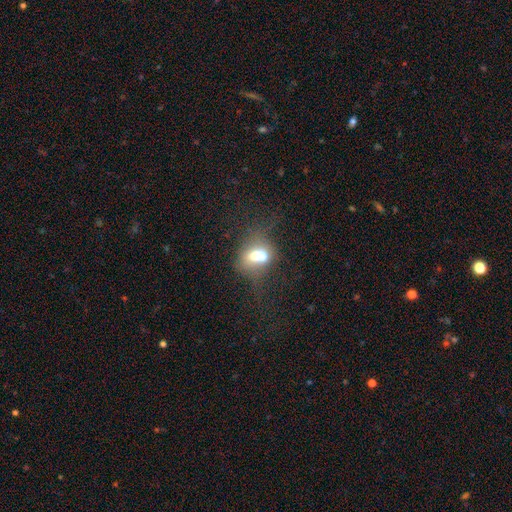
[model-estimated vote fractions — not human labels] Smooth or featured? Predicted: smooth (p=0.59). How rounded? Predicted: round (p=0.56). Merging? Predicted: merger (p=0.59).